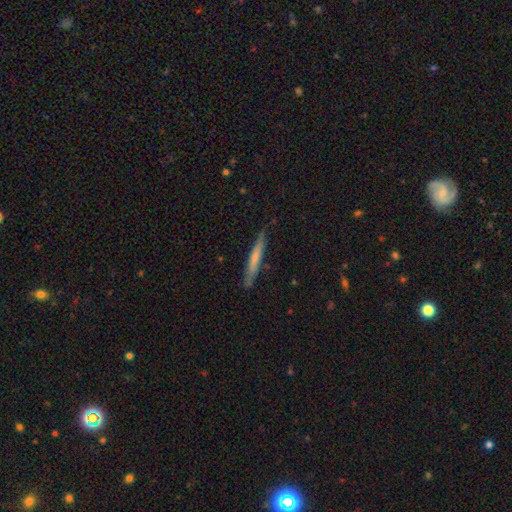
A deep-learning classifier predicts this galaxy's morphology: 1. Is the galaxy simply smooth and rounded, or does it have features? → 59% smooth, 35% featured or disk, 6% star or artifact.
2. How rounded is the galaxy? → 96% cigar-shaped, 3% in between, 1% round.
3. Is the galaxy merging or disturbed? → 86% none, 11% minor disturbance, 2% major disturbance, 1% merger.